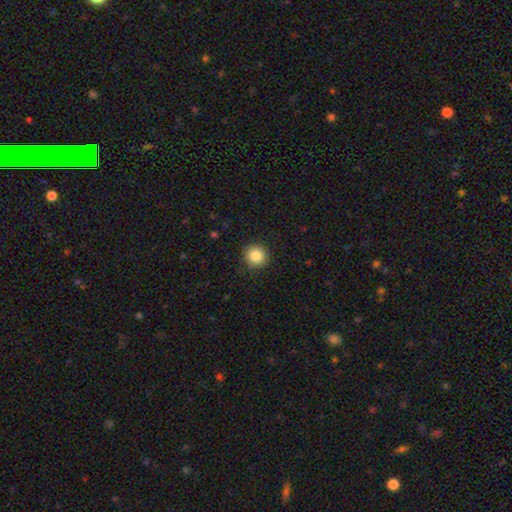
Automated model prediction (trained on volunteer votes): Smooth or featured? Predicted: smooth (p=0.86). How rounded? Predicted: round (p=0.93). Merging? Predicted: none (p=0.88).